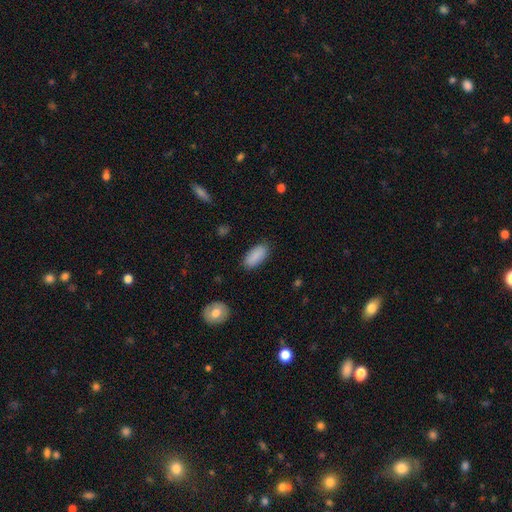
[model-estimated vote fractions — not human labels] Smooth or featured: smooth — 89% (star or artifact — 7%)
How rounded: in between — 90% (cigar-shaped — 7%)
Merging: none — 84% (minor disturbance — 12%)